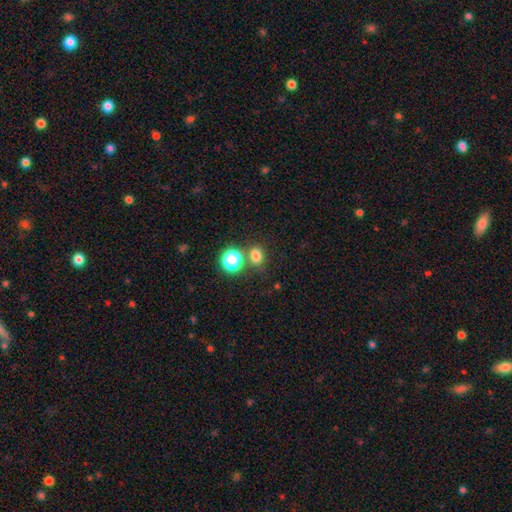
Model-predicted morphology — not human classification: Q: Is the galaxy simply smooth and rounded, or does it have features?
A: smooth — 76%.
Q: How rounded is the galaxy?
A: round — 55%.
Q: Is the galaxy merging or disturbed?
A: none — 70%.